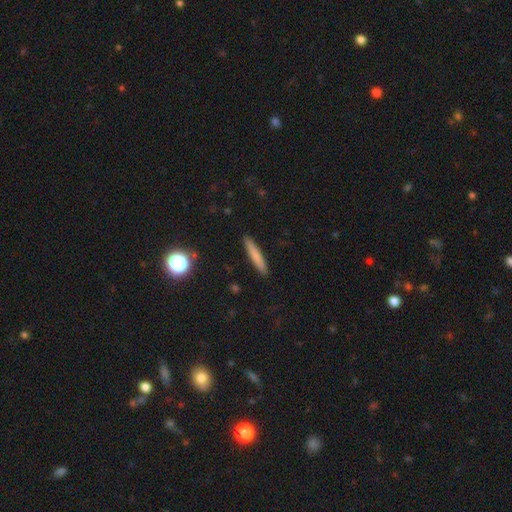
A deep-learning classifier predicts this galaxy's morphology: A smooth galaxy with no disk features (76%) that is cigar-shaped (93%). Merging: none (90%).